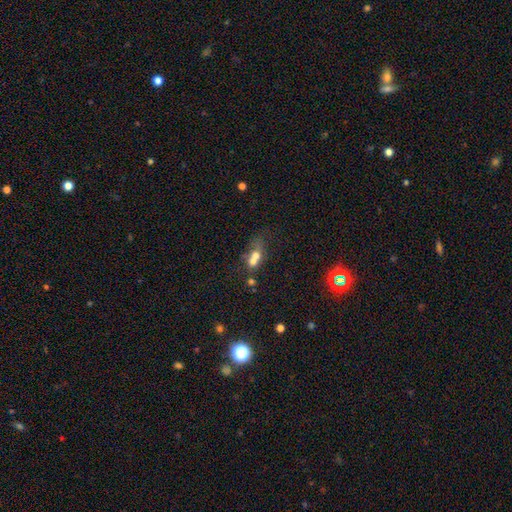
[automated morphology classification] A smooth galaxy with no disk features (61%) that is in between round and cigar-shaped (49%). Merging: merger (65%).